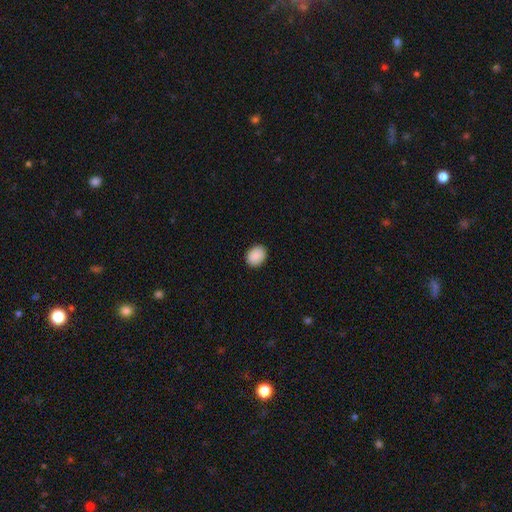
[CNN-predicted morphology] Smooth or featured?
  - smooth: 90% *
  - star or artifact: 7%
  - featured or disk: 3%
How rounded?
  - in between: 53% *
  - round: 46%
  - cigar-shaped: 1%
Merging?
  - none: 90% *
  - minor disturbance: 7%
  - major disturbance: 2%
  - merger: 1%